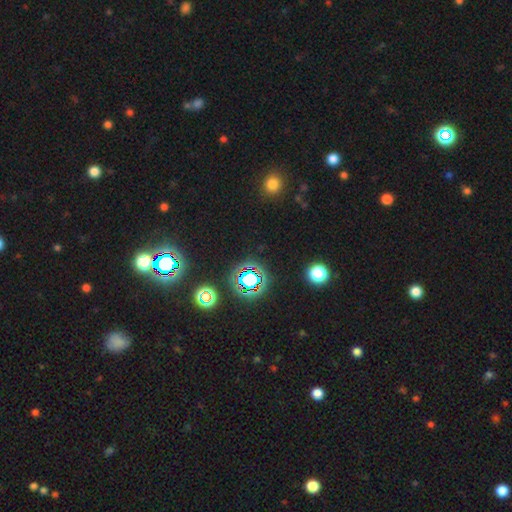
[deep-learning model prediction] smooth-or-featured: star or artifact: 71% | smooth: 21% | featured or disk: 8%